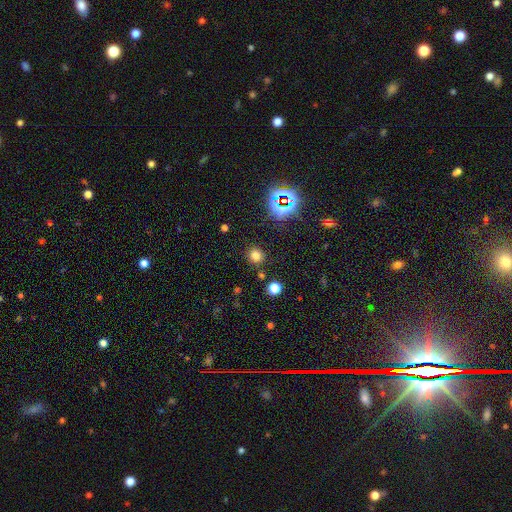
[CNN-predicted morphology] Smooth or featured?
  - smooth: 71% *
  - star or artifact: 23%
  - featured or disk: 6%
How rounded?
  - round: 87% *
  - in between: 12%
  - cigar-shaped: 1%
Merging?
  - none: 84% *
  - minor disturbance: 8%
  - merger: 4%
  - major disturbance: 3%